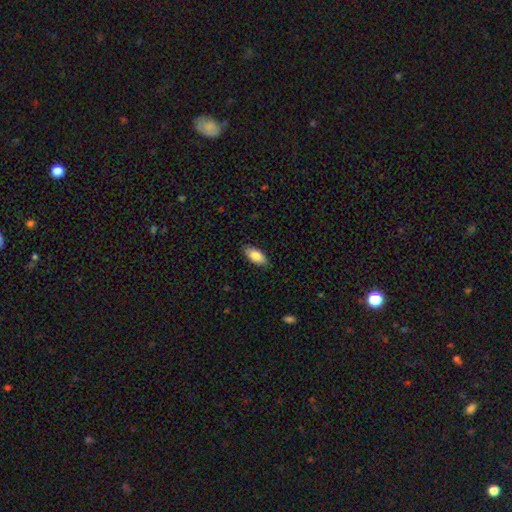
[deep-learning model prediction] Smooth or featured? Predicted: smooth (p=0.85). How rounded? Predicted: in between (p=0.88). Merging? Predicted: none (p=0.86).